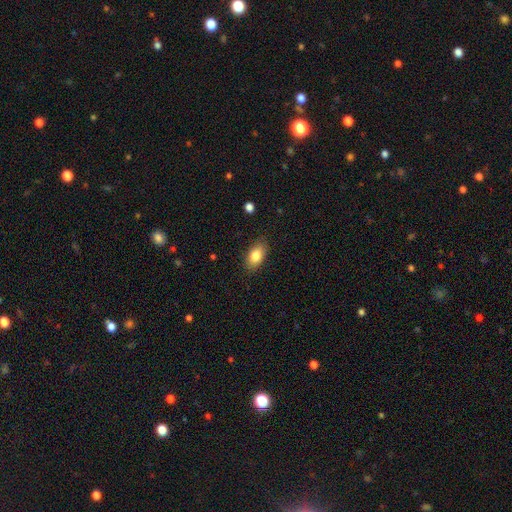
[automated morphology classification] smooth-or-featured: smooth: 83% | featured or disk: 9% | star or artifact: 8%
  how-rounded: in between: 90% | round: 7% | cigar-shaped: 3%
  merging: none: 85% | minor disturbance: 11% | major disturbance: 3% | merger: 1%